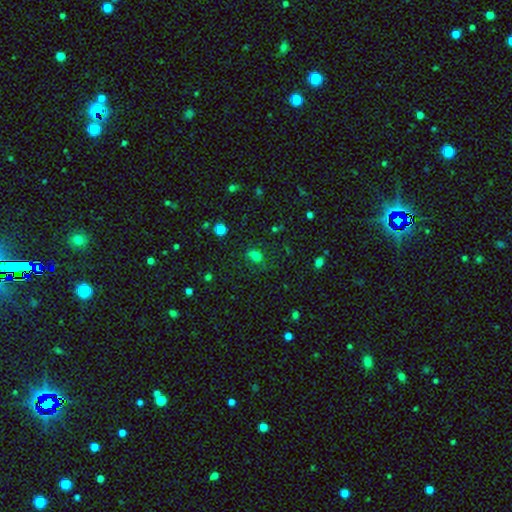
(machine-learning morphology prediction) A smooth galaxy with no disk features (70%) that is in between round and cigar-shaped (59%). Merging: none (67%).